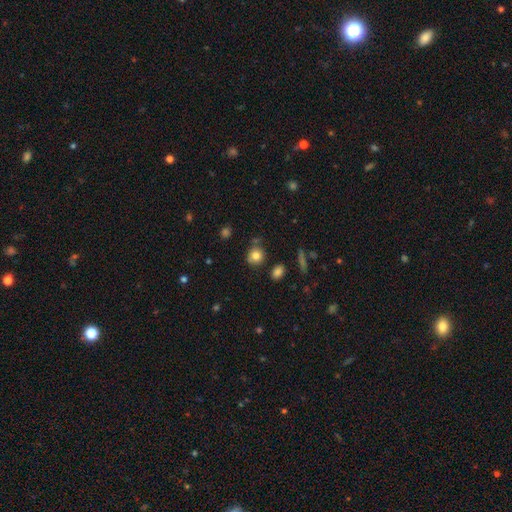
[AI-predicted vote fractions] Smooth or featured? smooth (81%)
How rounded? round (83%)
Merging? none (78%)